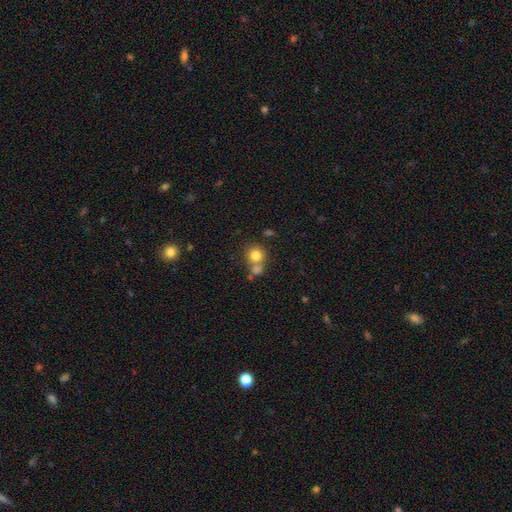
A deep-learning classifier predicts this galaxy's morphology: This appears to be a smooth galaxy with no disk features (81%) that is round (87%). Merging: none (54%).